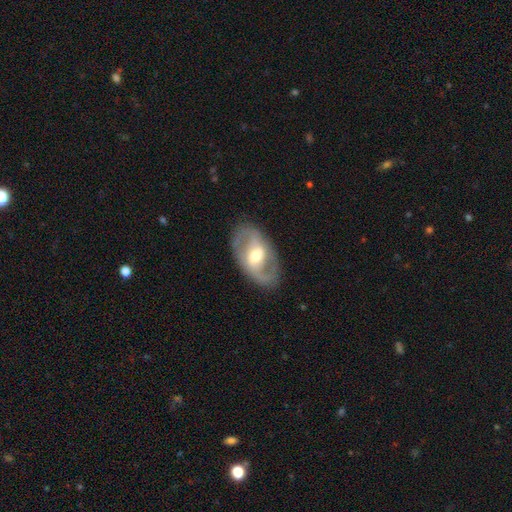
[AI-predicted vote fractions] Overall: featured or disk (78%). Edge-on disk: no (95%). Bar: weak (46%; strong 32%). Spiral arms: yes (81%). Spiral arm count: 2 (87%). Spiral winding: medium (51%; loose 27%). Bulge size: moderate (66%). Merging: none (83%).